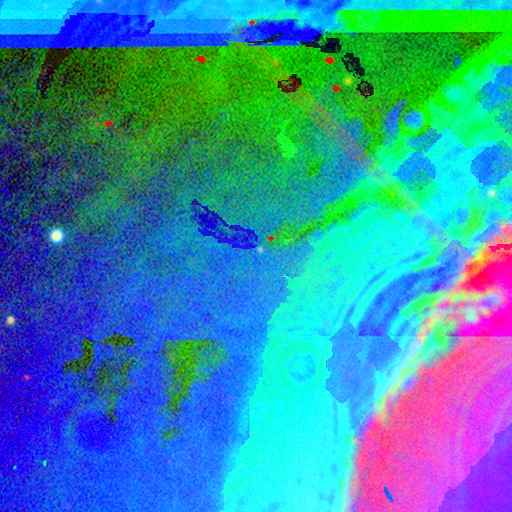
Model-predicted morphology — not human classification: Smooth or featured?
  - star or artifact: 85% *
  - featured or disk: 8%
  - smooth: 6%